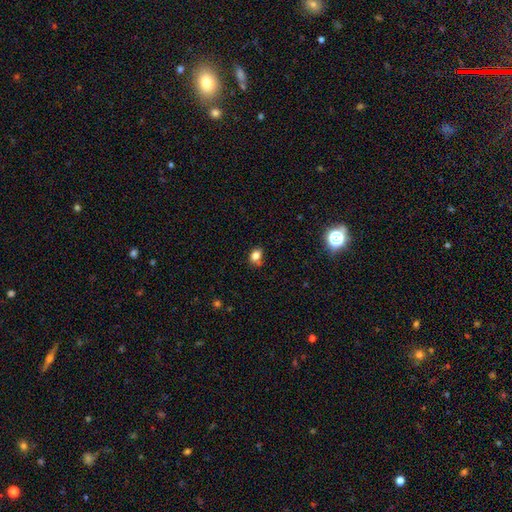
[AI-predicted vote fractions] A smooth galaxy with no disk features (80%) that is in between round and cigar-shaped (58%). Merging: none (63%).